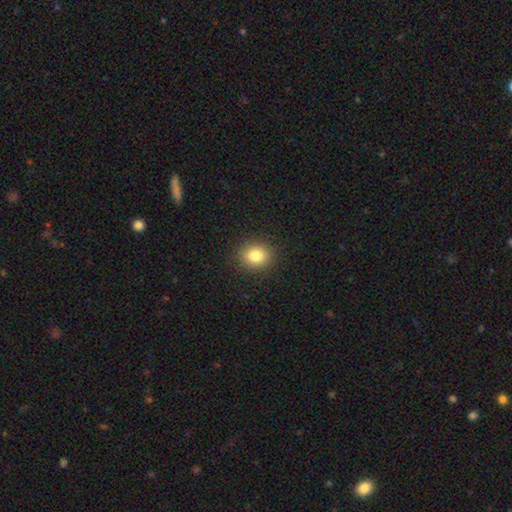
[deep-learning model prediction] smooth 82%, star or artifact 11%, featured or disk 7%. Down the decision tree: how rounded — round (71%); merging — none (91%).